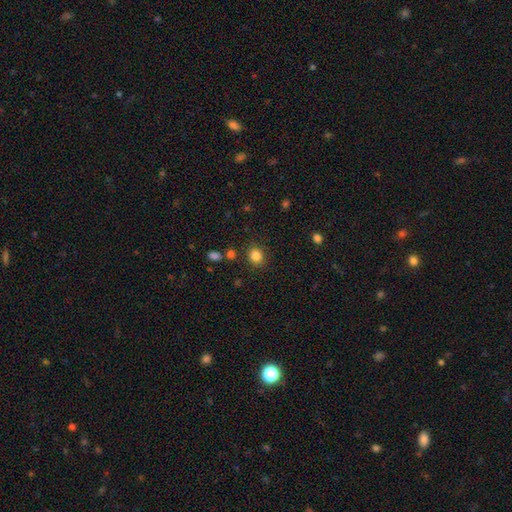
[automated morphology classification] smooth-or-featured: smooth: 84% | star or artifact: 11% | featured or disk: 4%
  how-rounded: round: 73% | in between: 26% | cigar-shaped: 1%
  merging: none: 84% | minor disturbance: 9% | merger: 4% | major disturbance: 3%